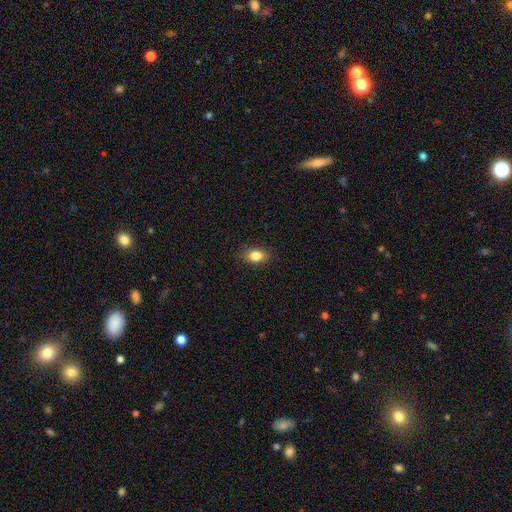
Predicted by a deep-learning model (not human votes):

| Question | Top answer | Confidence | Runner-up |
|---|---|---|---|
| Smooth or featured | smooth | 84% | star or artifact (9%) |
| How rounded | in between | 83% | round (15%) |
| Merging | none | 85% | minor disturbance (11%) |